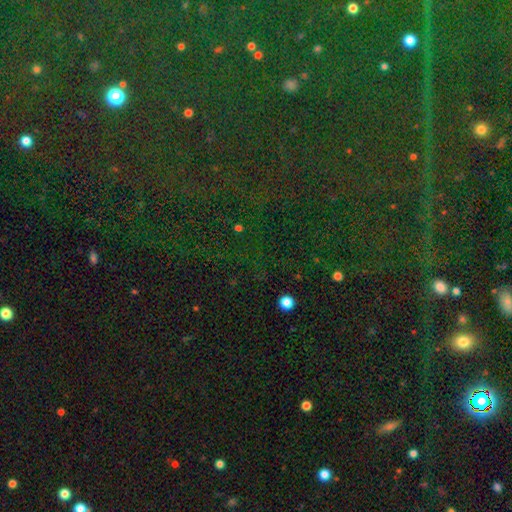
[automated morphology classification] This is clearly a star or artifact rather than a galaxy (82%).